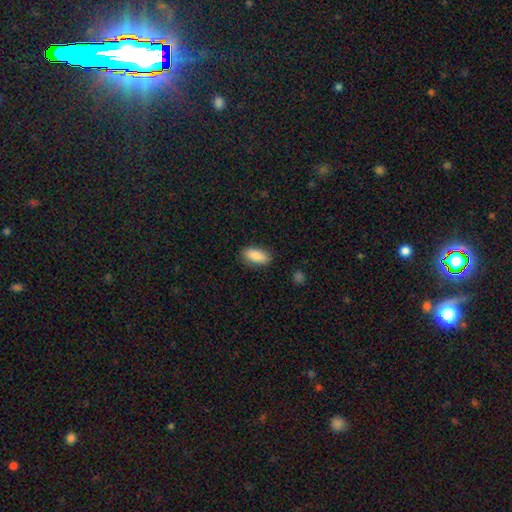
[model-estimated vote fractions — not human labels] Smooth or featured?
  - smooth: 85% *
  - featured or disk: 8%
  - star or artifact: 7%
How rounded?
  - in between: 89% *
  - cigar-shaped: 9%
  - round: 3%
Merging?
  - none: 86% *
  - minor disturbance: 10%
  - major disturbance: 2%
  - merger: 1%